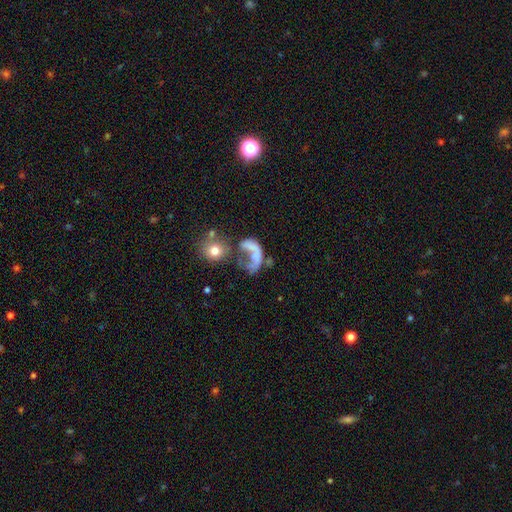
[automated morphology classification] A featured or disk galaxy (45%). Merging: major disturbance (44%).